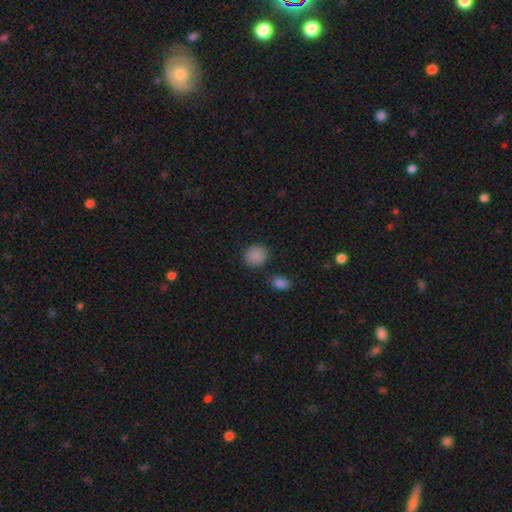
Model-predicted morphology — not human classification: A smooth galaxy with no disk features (87%) that is round (79%).

Vote fractions:
- Smooth or featured? smooth: 87% / star or artifact: 10% / featured or disk: 3%
- How rounded? round: 79% / in between: 20% / cigar-shaped: 1%
- Merging? none: 83% / minor disturbance: 10% / merger: 4% / major disturbance: 3%